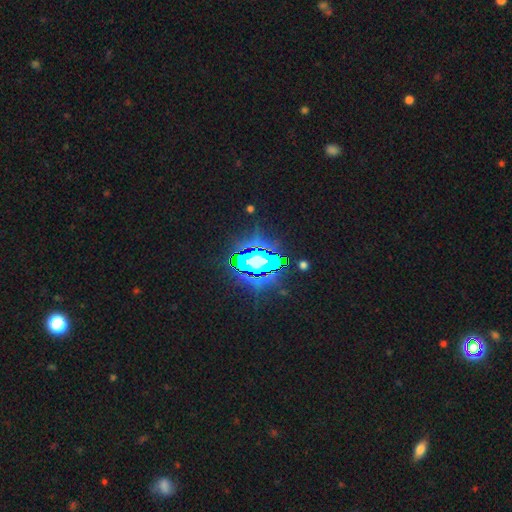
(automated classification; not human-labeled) Smooth or featured: star or artifact — 57% (featured or disk — 22%)